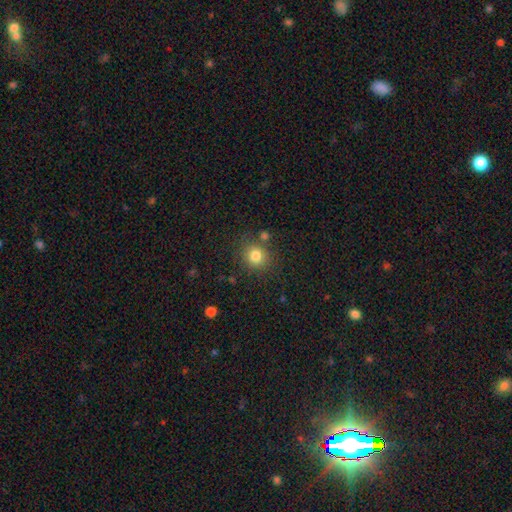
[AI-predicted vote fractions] Smooth or featured: smooth — 81% (star or artifact — 12%)
How rounded: round — 85% (in between — 14%)
Merging: none — 79% (minor disturbance — 10%)